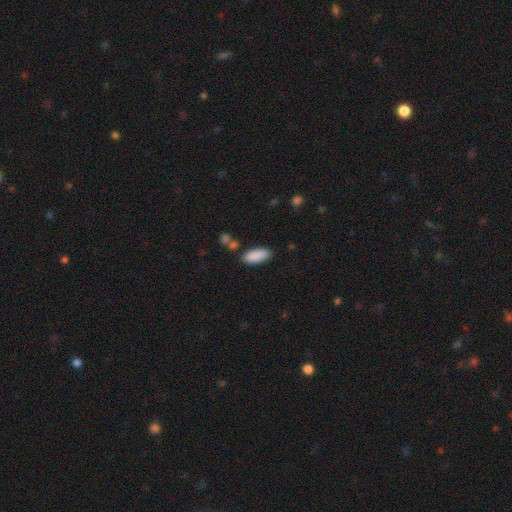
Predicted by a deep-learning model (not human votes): Smooth or featured: smooth — 89% (star or artifact — 6%)
How rounded: in between — 84% (cigar-shaped — 14%)
Merging: none — 80% (minor disturbance — 12%)